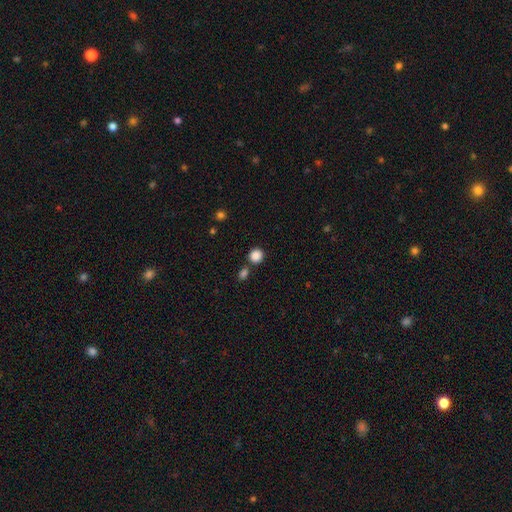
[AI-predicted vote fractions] Smooth or featured? smooth (86%)
How rounded? round (88%)
Merging? none (73%)